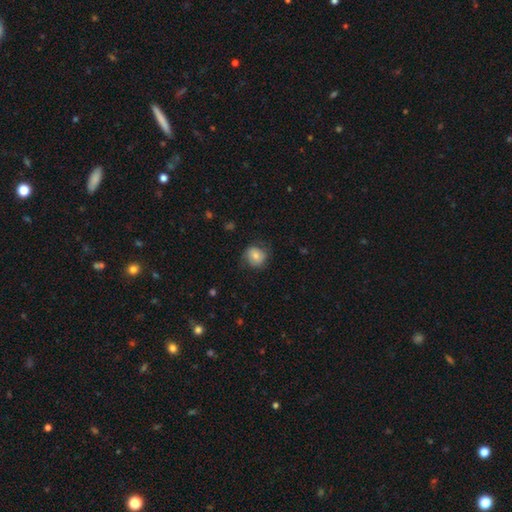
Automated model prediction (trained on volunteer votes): Smooth or featured?
  - smooth: 72% *
  - featured or disk: 19%
  - star or artifact: 8%
How rounded?
  - round: 78% *
  - in between: 21%
  - cigar-shaped: 1%
Merging?
  - none: 72% *
  - minor disturbance: 19%
  - major disturbance: 8%
  - merger: 1%